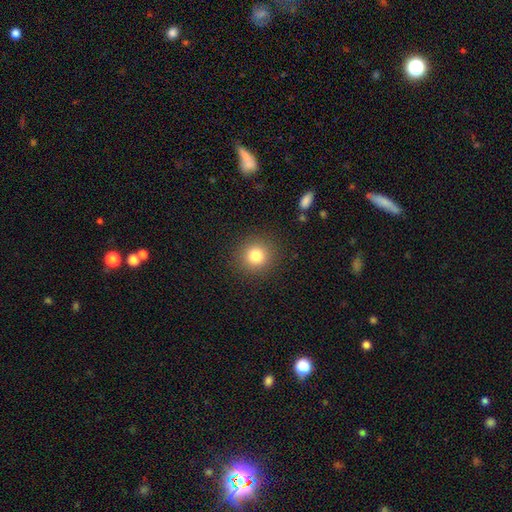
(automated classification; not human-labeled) This is clearly a smooth galaxy (81%). How rounded: clearly round (93%). Merging: clearly none (90%).